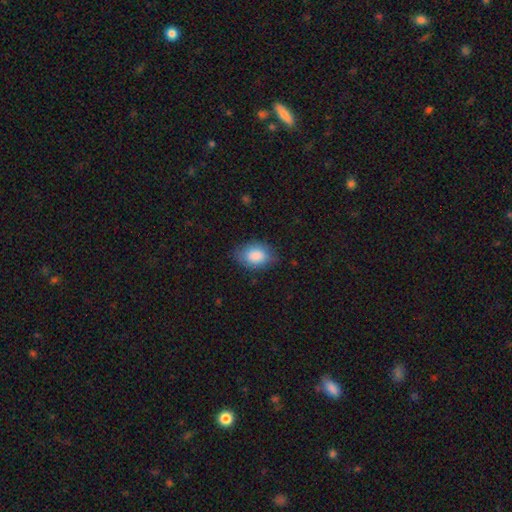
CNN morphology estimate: This appears to be a smooth galaxy with no disk features (87%) that is in between round and cigar-shaped (83%). Merging: none (74%).